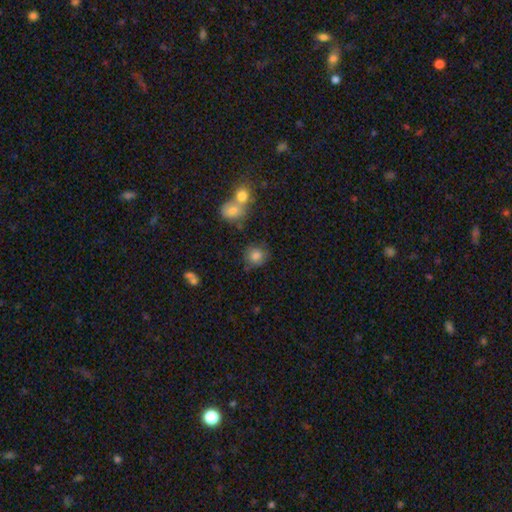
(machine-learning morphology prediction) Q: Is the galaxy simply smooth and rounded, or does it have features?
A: smooth — 82%.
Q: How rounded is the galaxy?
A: round — 82%.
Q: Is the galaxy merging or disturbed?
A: none — 71%.